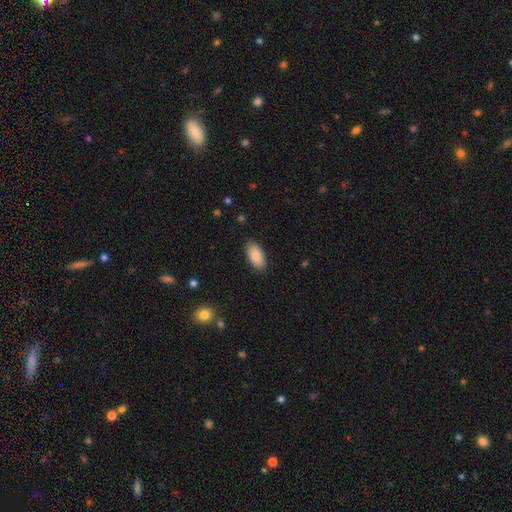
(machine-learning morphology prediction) The model was most divided on "merging": none: 88%, minor disturbance: 9%, major disturbance: 2%, merger: 1%. More confident: how rounded — in between (92%); smooth or featured — smooth (89%).